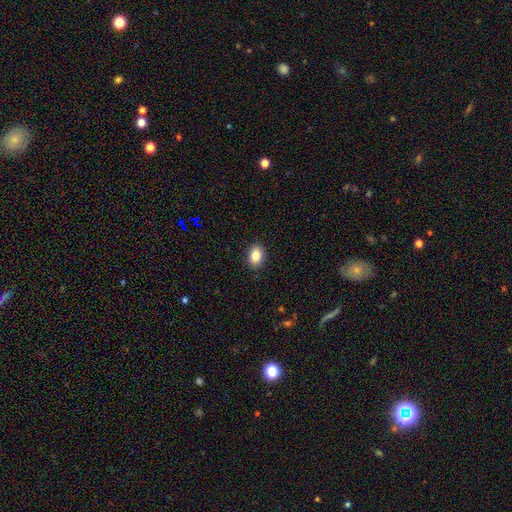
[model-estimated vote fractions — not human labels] smooth 86%, star or artifact 8%, featured or disk 5%. Down the decision tree: how rounded — in between (82%); merging — none (89%).